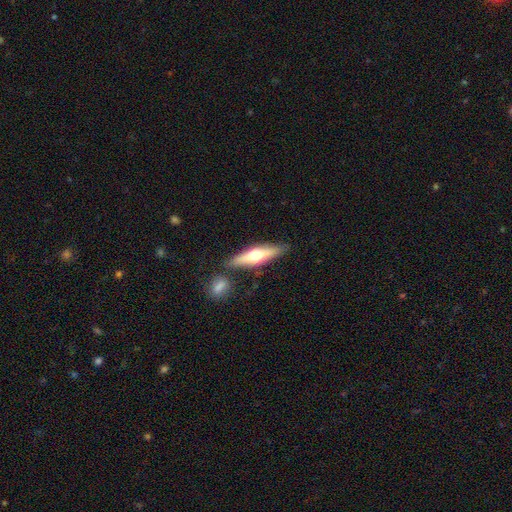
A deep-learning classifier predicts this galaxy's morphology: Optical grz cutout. It shows a featured or disk galaxy (52%) viewed edge-on (91%). Merging: none (79%).